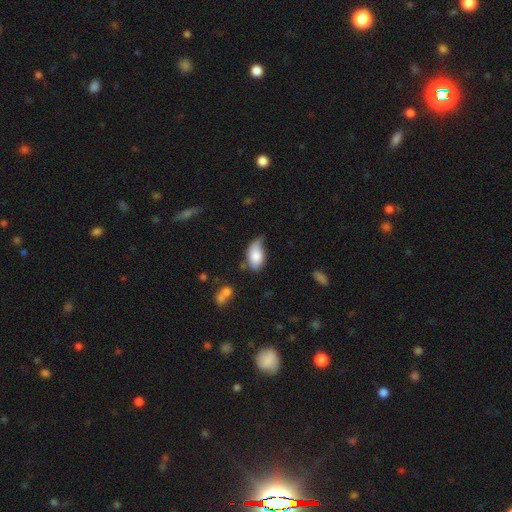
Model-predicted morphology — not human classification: smooth 79%, featured or disk 14%, star or artifact 7%. Down the decision tree: how rounded — in between (92%); merging — minor disturbance (44%).